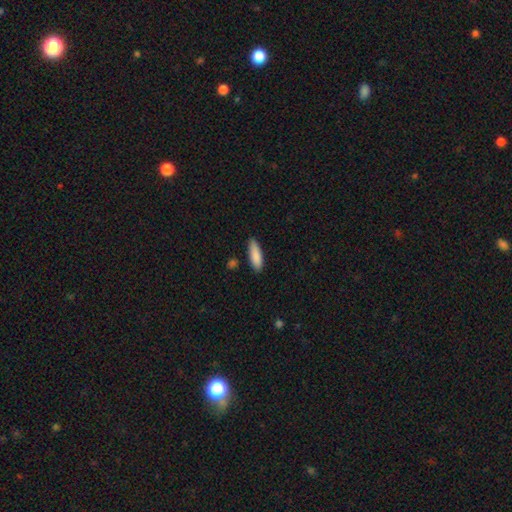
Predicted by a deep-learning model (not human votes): Q: Smooth or featured?
A: smooth (88%); runner-up: featured or disk (6%)
Q: How rounded?
A: cigar-shaped (51%); runner-up: in between (48%)
Q: Merging?
A: none (85%); runner-up: minor disturbance (11%)